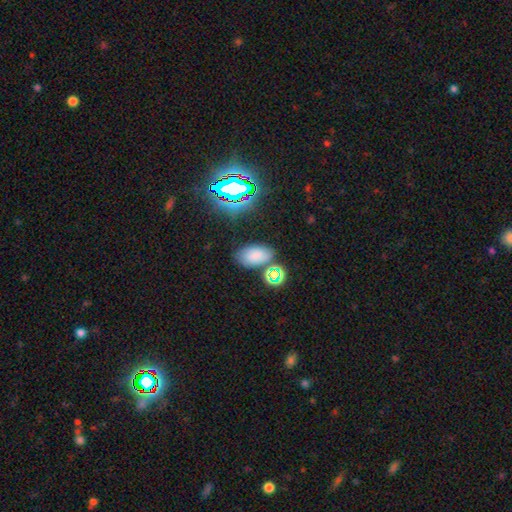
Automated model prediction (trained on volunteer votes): This is likely a smooth galaxy (69%). How rounded: clearly in between (92%). Merging: likely none (73%).